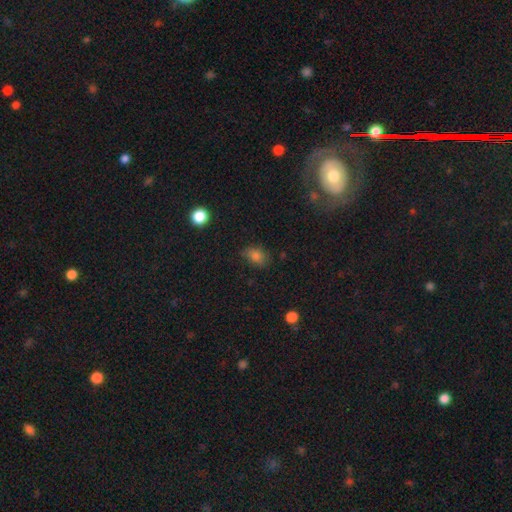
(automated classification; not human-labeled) The model was most divided on "merging": none: 67%, minor disturbance: 25%, major disturbance: 6%, merger: 2%. More confident: smooth or featured — smooth (79%); how rounded — in between (72%).